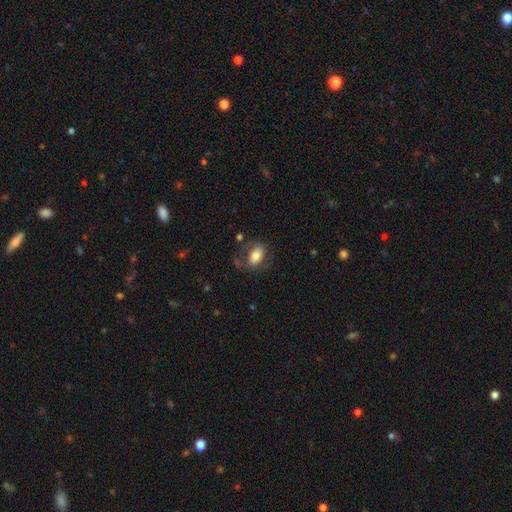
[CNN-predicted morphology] Smooth or featured: smooth — 69% (featured or disk — 24%)
How rounded: in between — 86% (round — 12%)
Merging: none — 63% (minor disturbance — 19%)